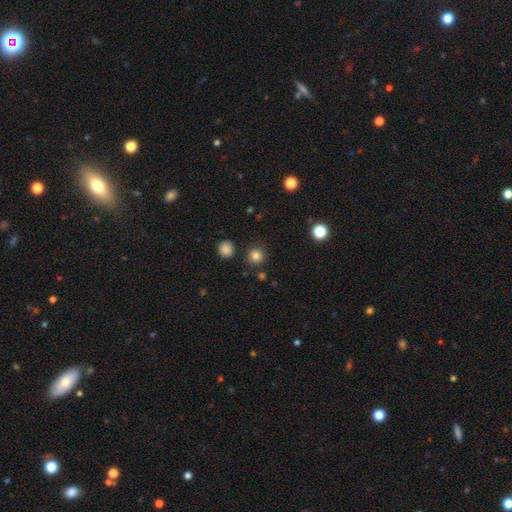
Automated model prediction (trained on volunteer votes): smooth 83%, star or artifact 13%, featured or disk 4%. Down the decision tree: how rounded — round (94%); merging — none (88%).